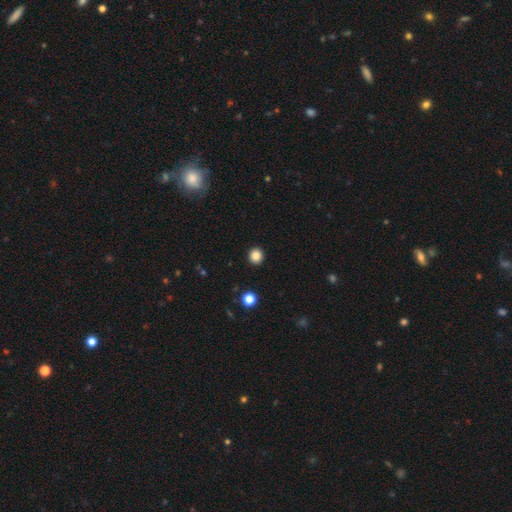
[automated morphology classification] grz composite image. It shows a smooth galaxy with no disk features (86%) that is round (93%). Merging: none (93%).